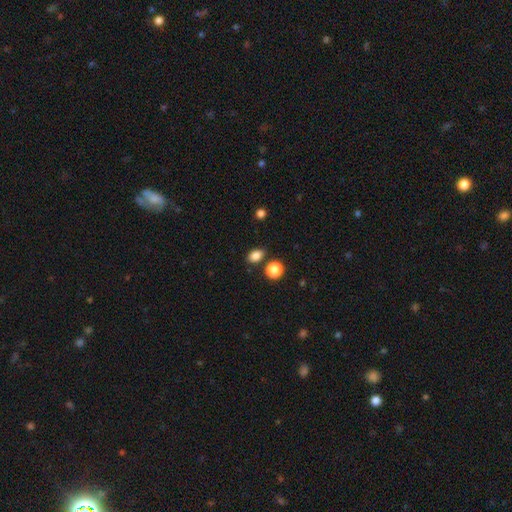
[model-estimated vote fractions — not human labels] A smooth galaxy with no disk features (85%) that is in between round and cigar-shaped (70%).

Vote fractions:
- Smooth or featured? smooth: 85% / star or artifact: 11% / featured or disk: 4%
- How rounded? in between: 70% / round: 29% / cigar-shaped: 2%
- Merging? none: 78% / minor disturbance: 11% / merger: 8% / major disturbance: 3%